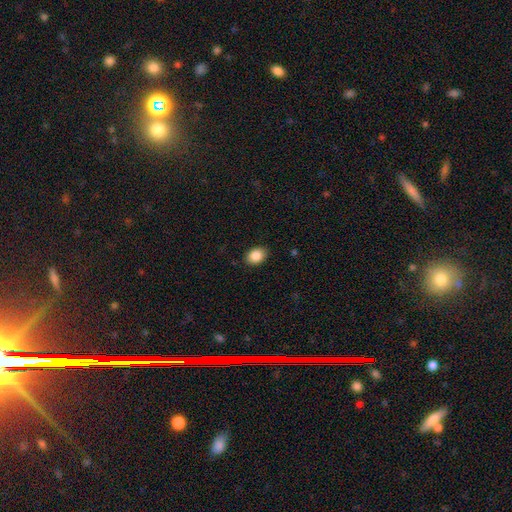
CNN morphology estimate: This is clearly a smooth galaxy (87%). How rounded: likely in between (75%). Merging: clearly none (88%).